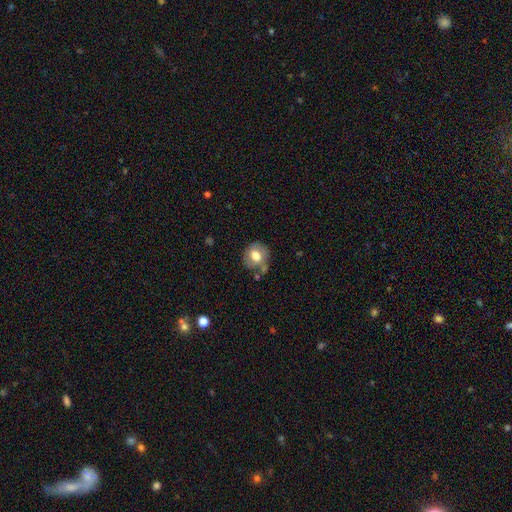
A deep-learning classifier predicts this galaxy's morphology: Overall: smooth (65%; featured or disk 27%). How rounded: round (72%). Merging: none (59%; minor disturbance 23%).